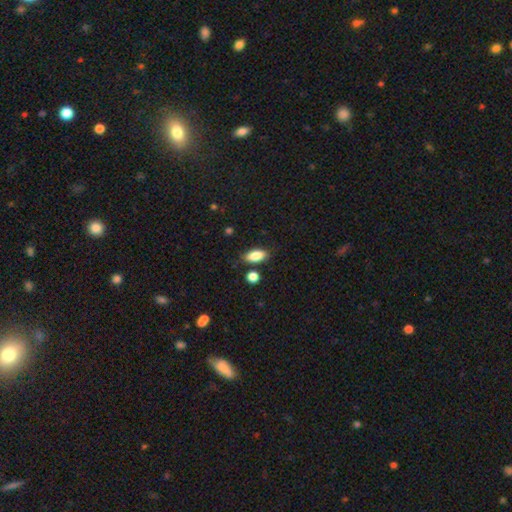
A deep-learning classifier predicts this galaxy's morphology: Smooth or featured?
  - smooth: 85% *
  - featured or disk: 8%
  - star or artifact: 8%
How rounded?
  - in between: 87% *
  - cigar-shaped: 9%
  - round: 5%
Merging?
  - none: 80% *
  - minor disturbance: 12%
  - merger: 5%
  - major disturbance: 3%